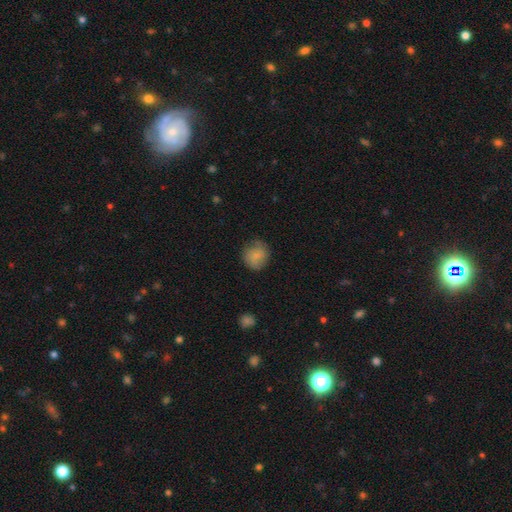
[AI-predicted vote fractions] A smooth galaxy with no disk features (78%) that is round (86%). Merging: none (71%).